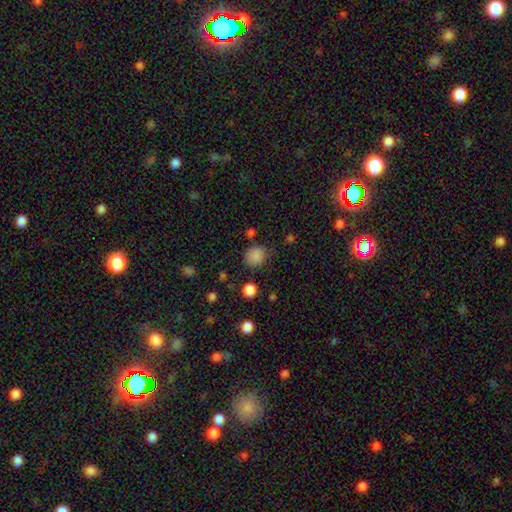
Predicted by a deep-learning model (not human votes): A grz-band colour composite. It shows a smooth galaxy with no disk features (84%) that is round (76%). Merging: none (78%).